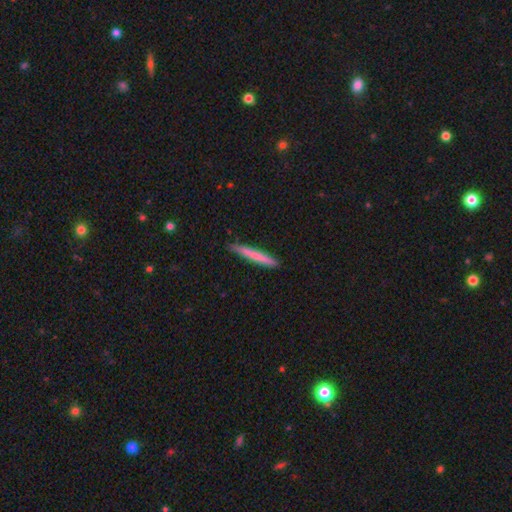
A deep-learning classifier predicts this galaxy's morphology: Q: Smooth or featured?
A: smooth (72%); runner-up: featured or disk (23%)
Q: How rounded?
A: cigar-shaped (97%); runner-up: in between (2%)
Q: Merging?
A: none (88%); runner-up: minor disturbance (10%)